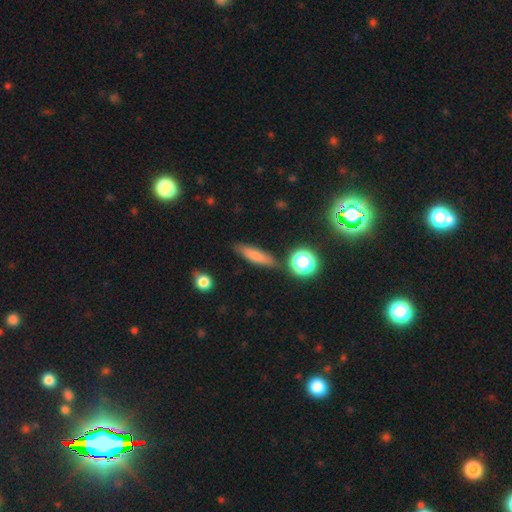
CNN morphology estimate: Q: Smooth or featured?
A: smooth (74%); runner-up: featured or disk (16%)
Q: How rounded?
A: cigar-shaped (74%); runner-up: in between (22%)
Q: Merging?
A: none (82%); runner-up: minor disturbance (11%)